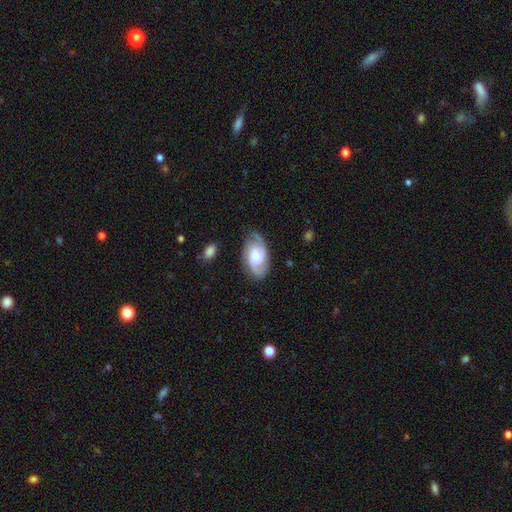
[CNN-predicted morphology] Smooth or featured? Predicted: featured or disk (p=0.74). Edge-on disk? Predicted: no (p=0.95). Bar? Predicted: no (p=0.63). Spiral arms? Predicted: yes (p=0.94). Spiral winding? Predicted: medium (p=0.43, tied with tight). Spiral arm count? Predicted: 2 (p=0.62). Bulge size? Predicted: moderate (p=0.65). Merging? Predicted: none (p=0.77).